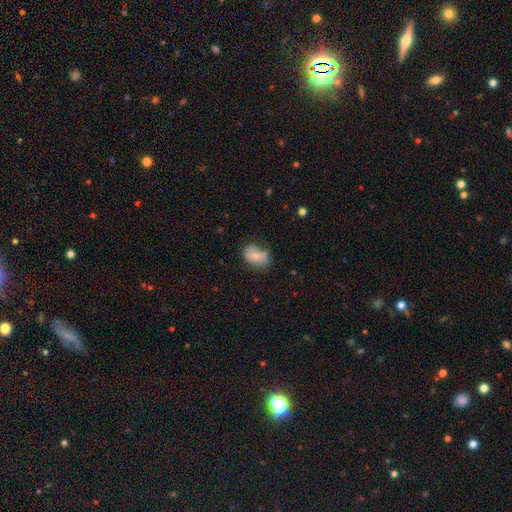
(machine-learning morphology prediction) smooth_or_featured: smooth (p=0.61) [alt: featured or disk p=0.30]
how_rounded: in between (p=0.73) [alt: round p=0.26]
merging: none (p=0.48) [alt: minor disturbance p=0.35]